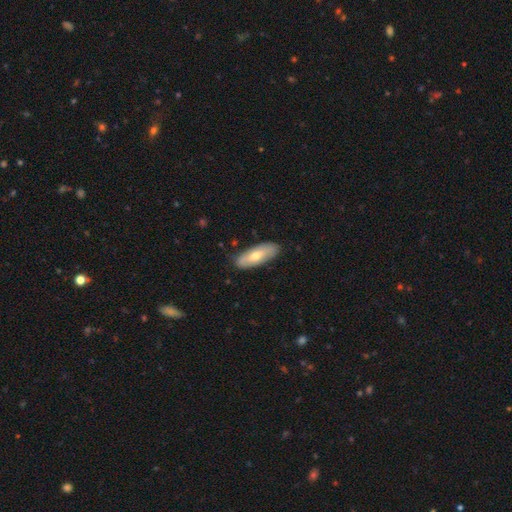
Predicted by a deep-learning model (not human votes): smooth_or_featured: smooth (p=0.57) [alt: featured or disk p=0.37]
how_rounded: in between (p=0.68) [alt: cigar-shaped p=0.29]
merging: none (p=0.85) [alt: minor disturbance p=0.12]